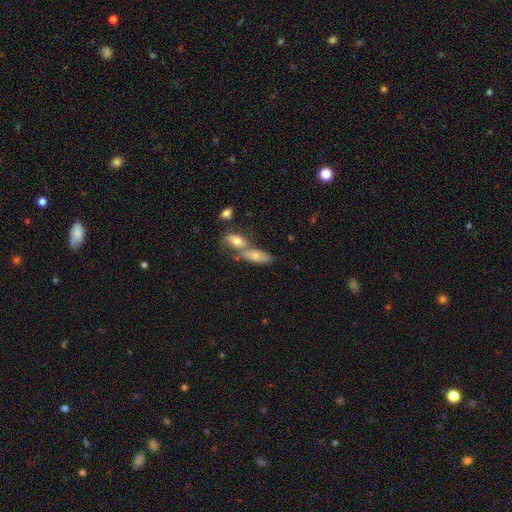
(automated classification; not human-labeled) Smooth or featured? Predicted: smooth (p=0.65). How rounded? Predicted: in between (p=0.75). Merging? Predicted: merger (p=0.54).